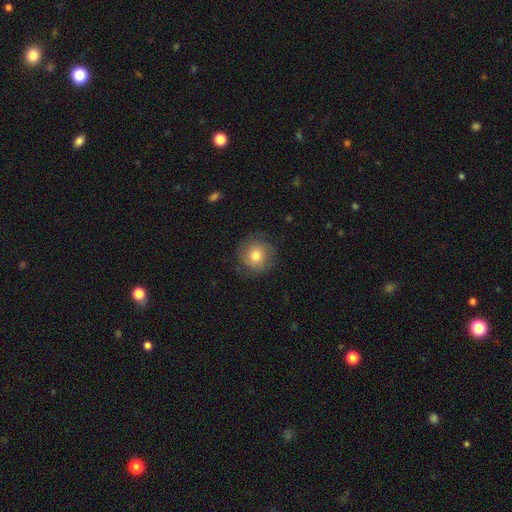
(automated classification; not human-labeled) smooth-or-featured: smooth: 66% | featured or disk: 25% | star or artifact: 9%
  how-rounded: round: 94% | in between: 5% | cigar-shaped: 1%
  merging: none: 81% | minor disturbance: 13% | major disturbance: 5% | merger: 1%